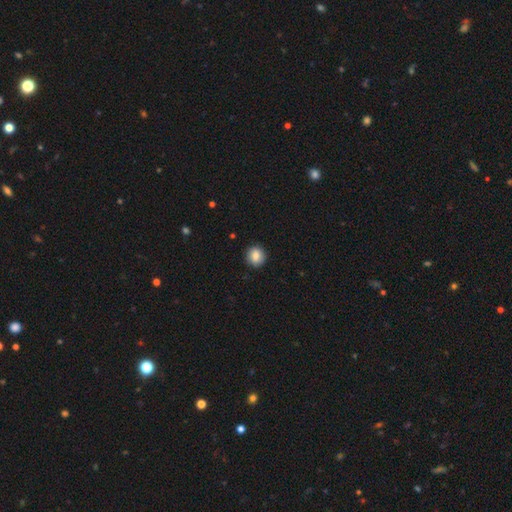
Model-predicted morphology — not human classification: Q: Smooth or featured?
A: smooth (83%); runner-up: star or artifact (9%)
Q: How rounded?
A: round (88%); runner-up: in between (11%)
Q: Merging?
A: none (90%); runner-up: minor disturbance (7%)